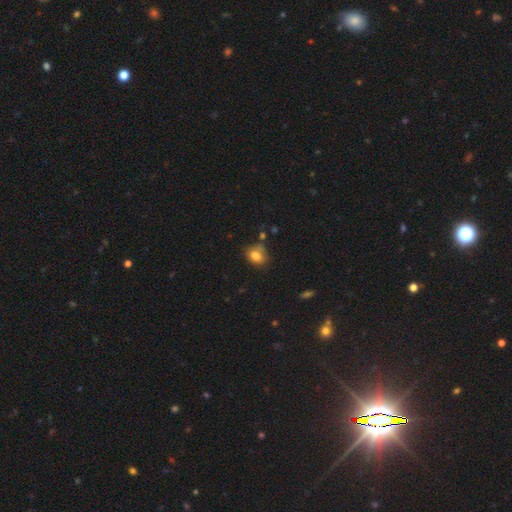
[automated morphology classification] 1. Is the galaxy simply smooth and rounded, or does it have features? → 81% smooth, 10% star or artifact, 9% featured or disk.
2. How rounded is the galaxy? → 57% in between, 41% round, 1% cigar-shaped.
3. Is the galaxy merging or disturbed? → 59% none, 25% minor disturbance, 9% merger, 7% major disturbance.